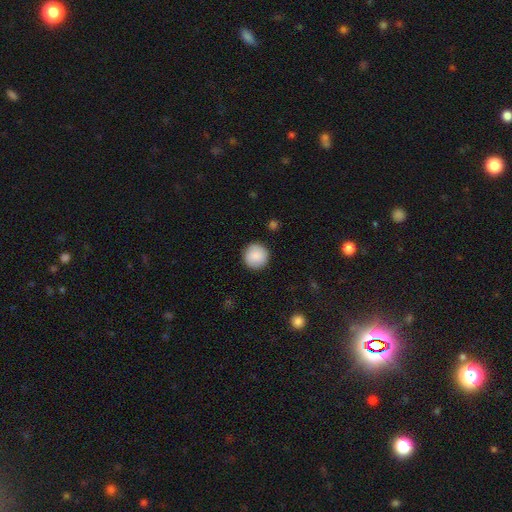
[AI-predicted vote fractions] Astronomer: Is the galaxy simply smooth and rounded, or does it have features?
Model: smooth — 88%.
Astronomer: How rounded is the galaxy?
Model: round — 95%.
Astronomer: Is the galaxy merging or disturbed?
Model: none — 91%.